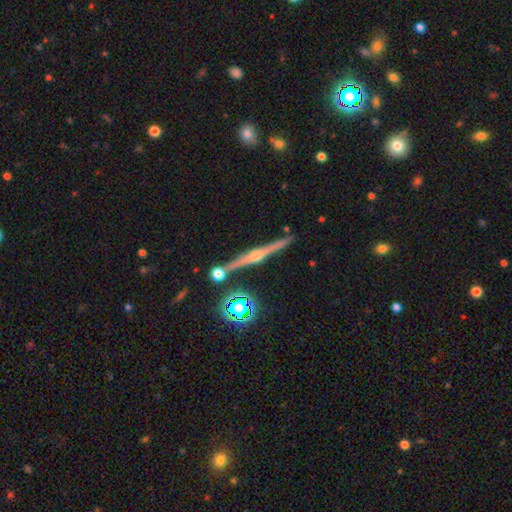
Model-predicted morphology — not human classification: Smooth or featured?
  - featured or disk: 82% *
  - smooth: 9%
  - star or artifact: 9%
Edge-on disk?
  - yes: 98% *
  - no: 2%
Edge-on bulge?
  - rounded: 89% *
  - none: 6%
  - boxy: 5%
Merging?
  - none: 86% *
  - minor disturbance: 8%
  - merger: 4%
  - major disturbance: 2%